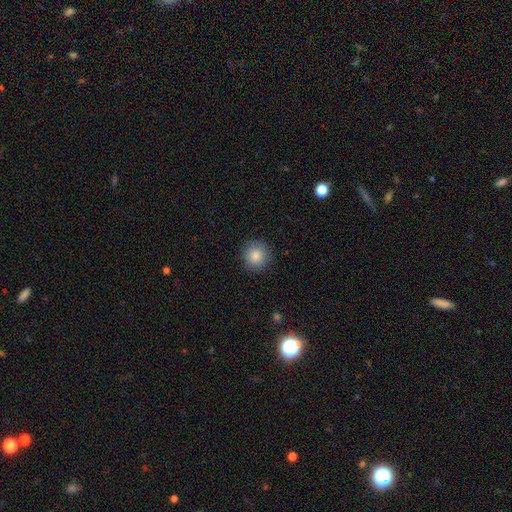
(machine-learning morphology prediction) smooth_or_featured: smooth (p=0.86) [alt: star or artifact p=0.09]
how_rounded: round (p=0.94) [alt: in between p=0.05]
merging: none (p=0.90) [alt: minor disturbance p=0.07]